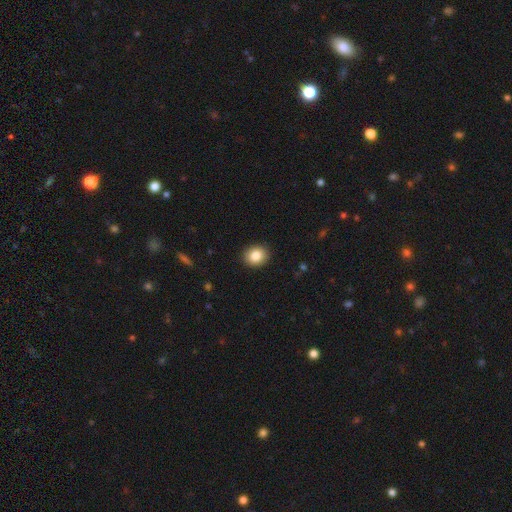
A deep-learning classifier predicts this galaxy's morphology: Smooth or featured?
  - smooth: 86% *
  - star or artifact: 9%
  - featured or disk: 6%
How rounded?
  - round: 62% *
  - in between: 37%
  - cigar-shaped: 1%
Merging?
  - none: 90% *
  - minor disturbance: 7%
  - major disturbance: 2%
  - merger: 1%